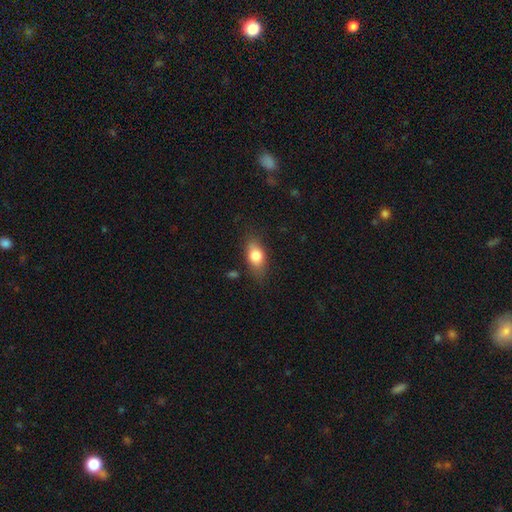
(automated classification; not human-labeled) smooth_or_featured: smooth (p=0.78) [alt: featured or disk p=0.14]
how_rounded: in between (p=0.82) [alt: round p=0.10]
merging: none (p=0.75) [alt: minor disturbance p=0.18]